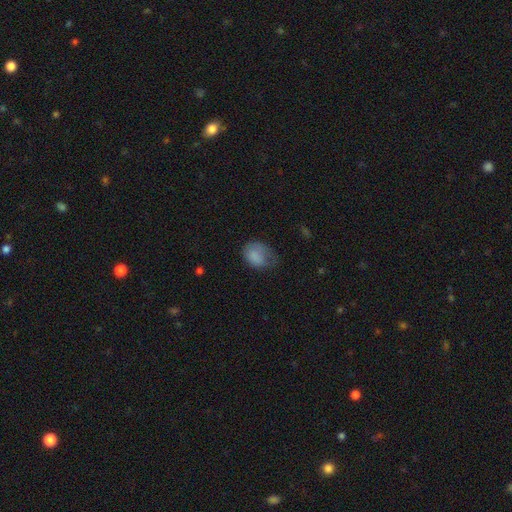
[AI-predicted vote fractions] Morphology: type=smooth (79%); roundness=in between (67%); merging=minor disturbance (35%).